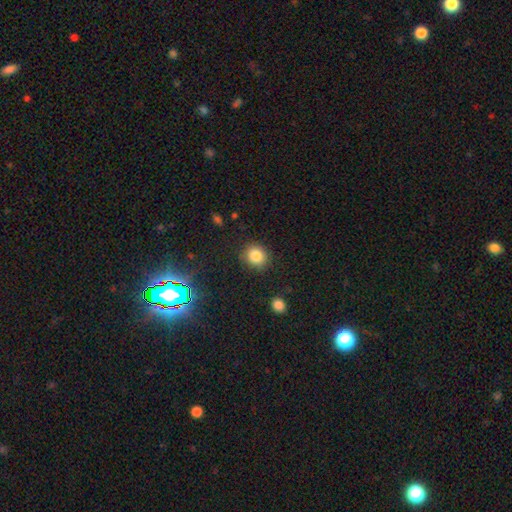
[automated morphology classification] This appears to be a smooth galaxy with no disk features (83%) that is round (79%). Merging: none (85%).